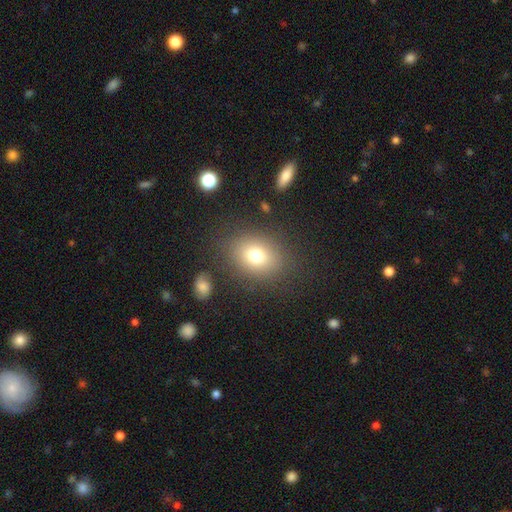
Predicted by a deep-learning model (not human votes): Q: Smooth or featured?
A: smooth (75%); runner-up: star or artifact (14%)
Q: How rounded?
A: round (50%); runner-up: in between (49%)
Q: Merging?
A: none (83%); runner-up: minor disturbance (10%)